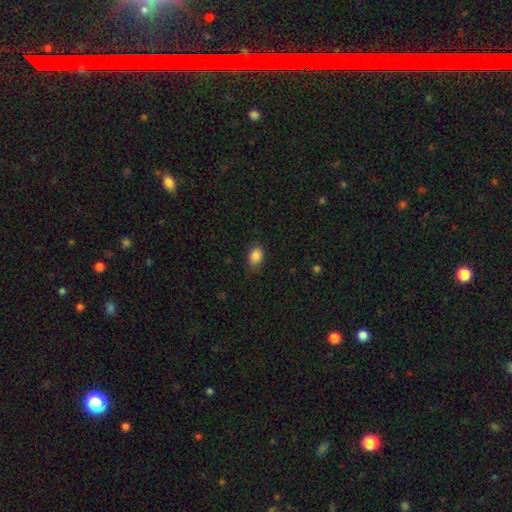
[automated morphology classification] This appears to be a smooth galaxy with no disk features (87%) that is in between round and cigar-shaped (80%). Merging: none (76%).